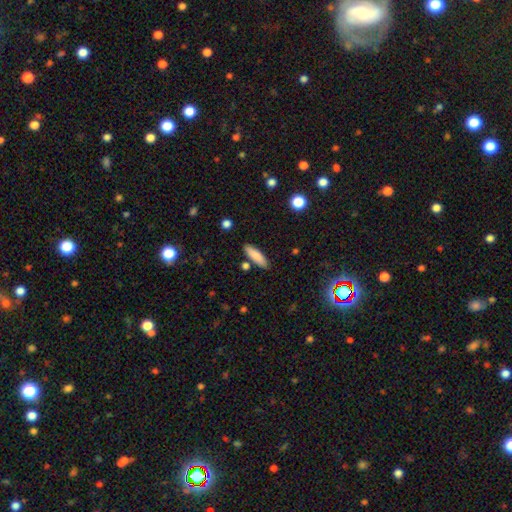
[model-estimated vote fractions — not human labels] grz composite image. It shows a smooth galaxy with no disk features (84%) that is cigar-shaped (58%). Merging: none (85%).